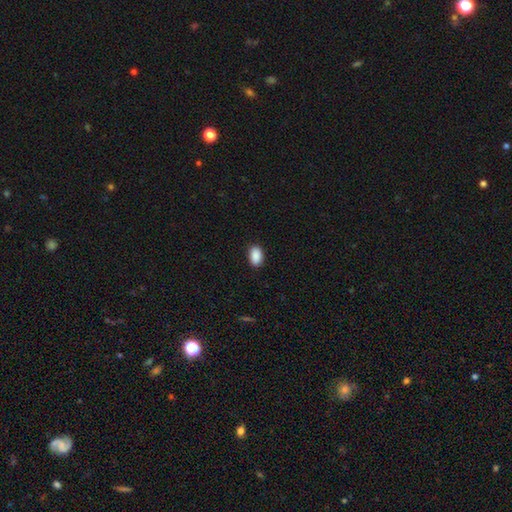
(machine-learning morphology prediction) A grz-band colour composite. It shows a smooth galaxy with no disk features (90%) that is in between round and cigar-shaped (91%). Merging: none (89%).